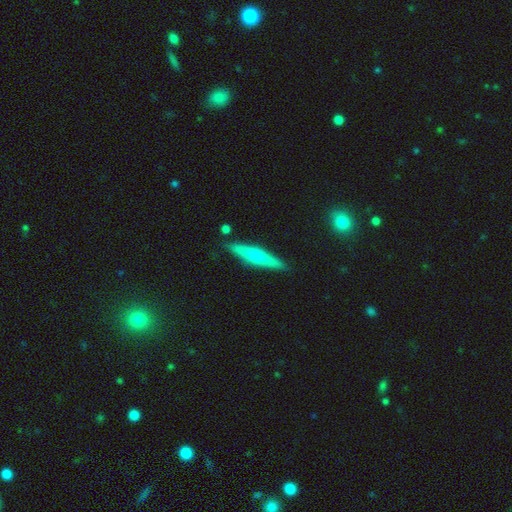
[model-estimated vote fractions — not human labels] This appears to be a featured or disk galaxy (54%) viewed edge-on (94%) with a rounded central bulge (86%). Merging: none (87%).